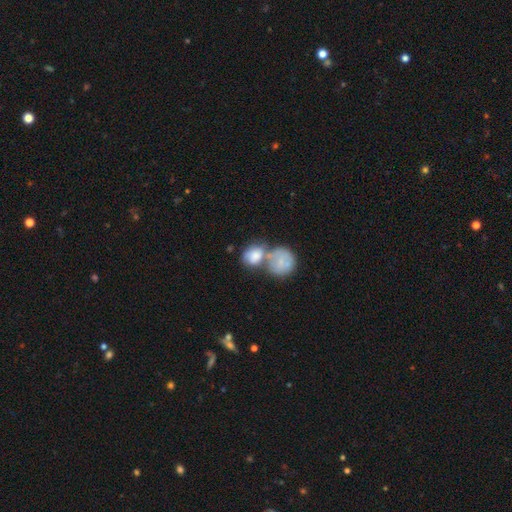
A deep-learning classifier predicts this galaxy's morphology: smooth 71%, featured or disk 20%, star or artifact 9%. Down the decision tree: how rounded — round (53%); merging — merger (65%).